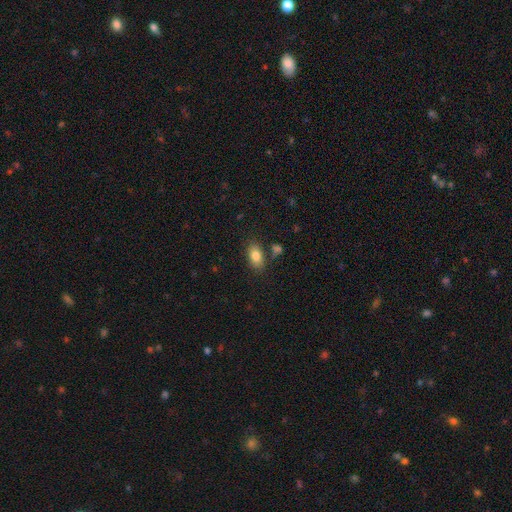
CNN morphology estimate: This is clearly a smooth galaxy (82%). How rounded: clearly in between (89%). Merging: likely none (78%).